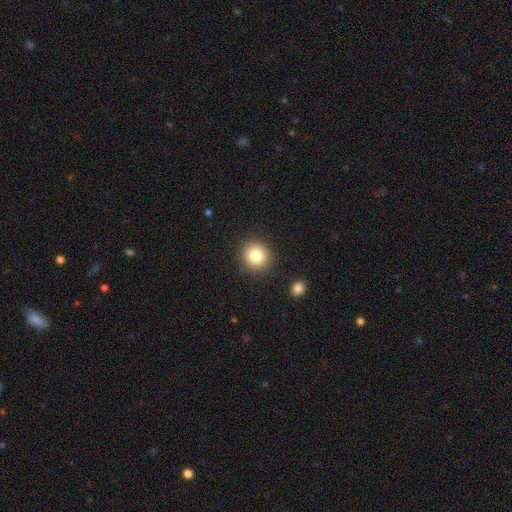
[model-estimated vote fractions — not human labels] Q: Smooth or featured?
A: smooth (81%); runner-up: star or artifact (11%)
Q: How rounded?
A: round (89%); runner-up: in between (11%)
Q: Merging?
A: none (89%); runner-up: minor disturbance (7%)